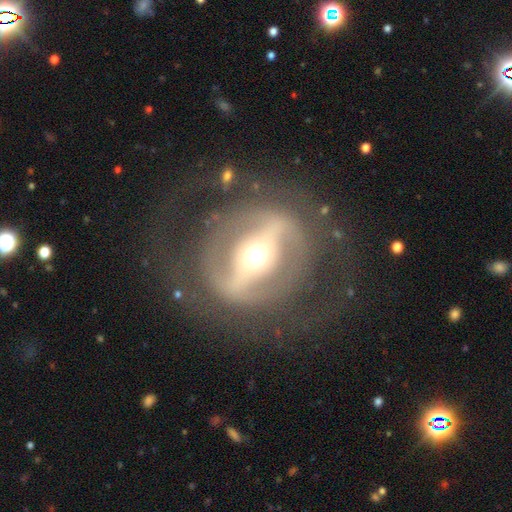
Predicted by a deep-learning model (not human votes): A featured or disk galaxy (80%) with a strong bar (76%), no spiral arms (66%) and a moderate central bulge (62%).

Vote fractions:
- Smooth or featured? featured or disk: 80% / smooth: 14% / star or artifact: 6%
- Edge-on disk? no: 87% / yes: 13%
- Bar? strong: 76% / weak: 14% / no: 10%
- Spiral arms? no: 66% / yes: 34%
- Bulge size? moderate: 62% / small: 23% / large: 12% / dominant: 2% / none: 1%
- Merging? none: 71% / major disturbance: 16% / minor disturbance: 12% / merger: 2%